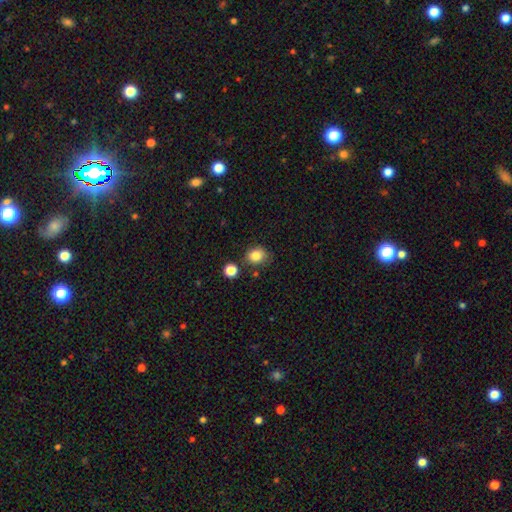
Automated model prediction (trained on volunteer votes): The model was most divided on "how rounded": round: 57%, in between: 42%, cigar-shaped: 1%. More confident: smooth or featured — smooth (84%); merging — none (69%).